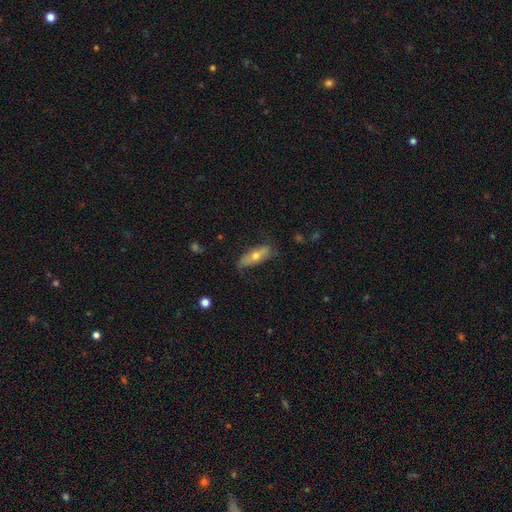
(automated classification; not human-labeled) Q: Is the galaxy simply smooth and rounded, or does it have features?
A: smooth — 53%.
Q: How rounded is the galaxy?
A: in between — 54%.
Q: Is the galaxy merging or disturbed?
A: none — 69%.